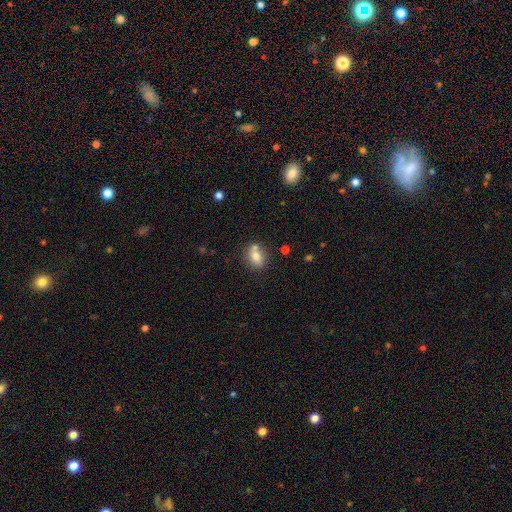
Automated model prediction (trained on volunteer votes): Smooth or featured? smooth (76%)
How rounded? in between (63%)
Merging? none (59%)